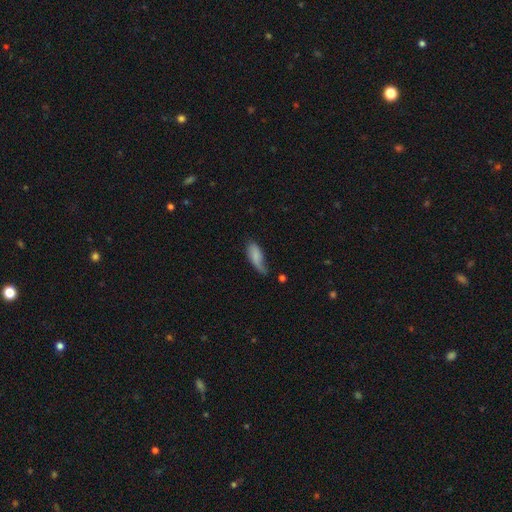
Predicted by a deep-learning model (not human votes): Smooth or featured? smooth (73%)
How rounded? in between (76%)
Merging? minor disturbance (39%, tied with none)